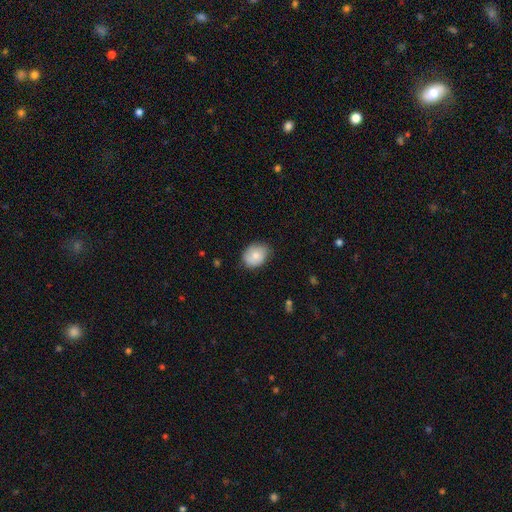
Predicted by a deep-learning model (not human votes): Smooth or featured? Predicted: smooth (p=0.79). How rounded? Predicted: in between (p=0.62). Merging? Predicted: none (p=0.73).